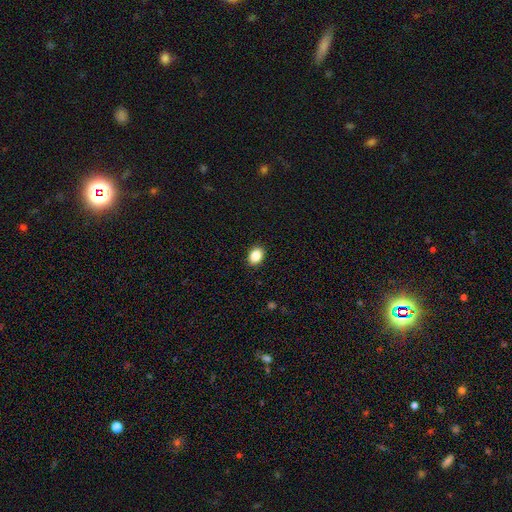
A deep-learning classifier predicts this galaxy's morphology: A smooth galaxy with no disk features (88%) that is in between round and cigar-shaped (67%).

Vote fractions:
- Smooth or featured? smooth: 88% / star or artifact: 9% / featured or disk: 3%
- How rounded? in between: 67% / round: 32% / cigar-shaped: 1%
- Merging? none: 90% / minor disturbance: 7% / major disturbance: 2% / merger: 1%